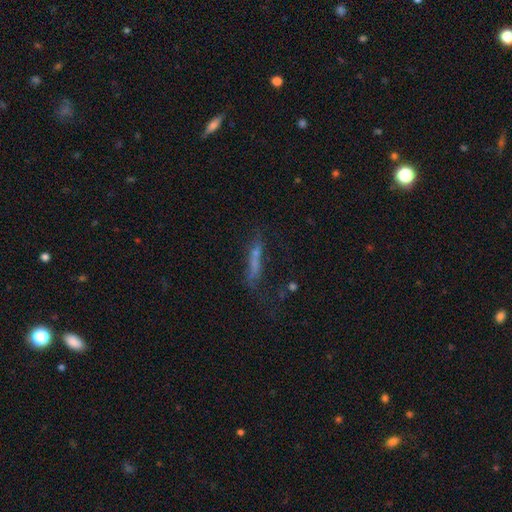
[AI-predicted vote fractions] smooth-or-featured: smooth: 42% | featured or disk: 35% | star or artifact: 23%
  merging: none: 49% | major disturbance: 23% | minor disturbance: 21% | merger: 7%